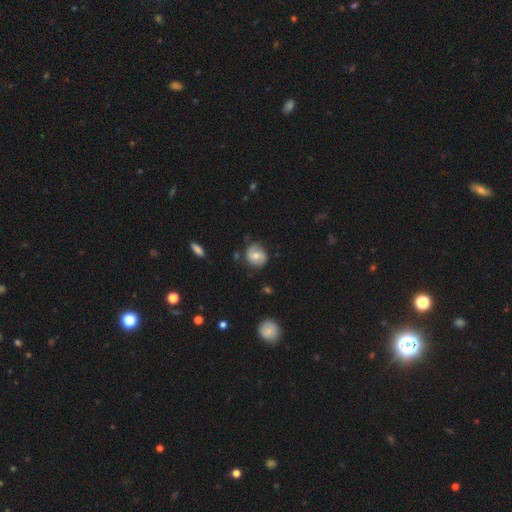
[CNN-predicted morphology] Smooth or featured? Predicted: featured or disk (p=0.50). Merging? Predicted: none (p=0.70).